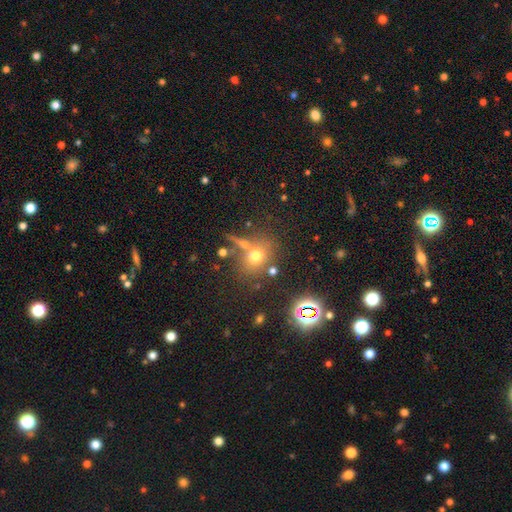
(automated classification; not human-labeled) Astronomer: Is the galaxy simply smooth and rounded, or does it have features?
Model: smooth — 66%.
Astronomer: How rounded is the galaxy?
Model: round — 61% (runner-up: in between, 38%).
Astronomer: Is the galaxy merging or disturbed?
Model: none — 61%.